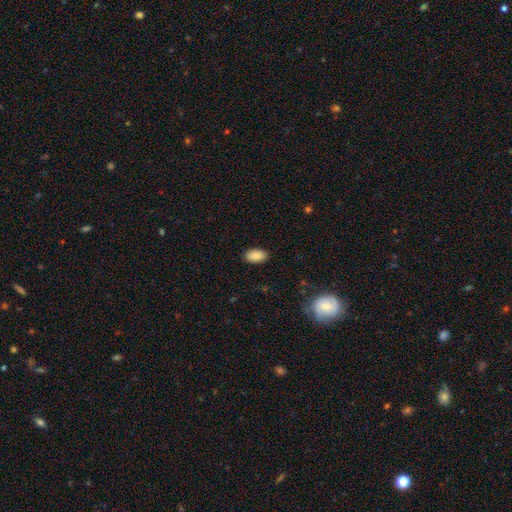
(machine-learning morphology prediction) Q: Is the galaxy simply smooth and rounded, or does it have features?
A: smooth — 89%.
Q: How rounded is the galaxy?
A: in between — 94%.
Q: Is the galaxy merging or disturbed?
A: none — 88%.